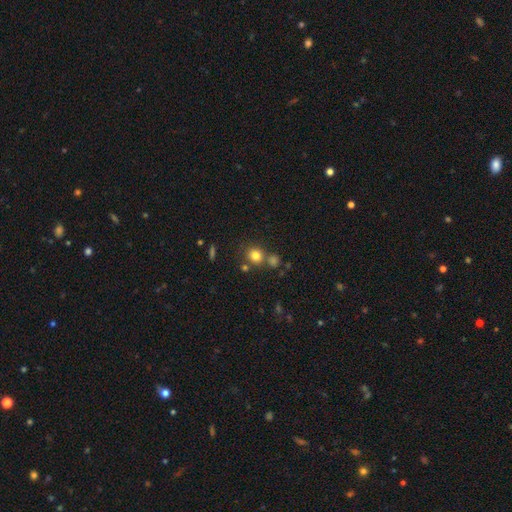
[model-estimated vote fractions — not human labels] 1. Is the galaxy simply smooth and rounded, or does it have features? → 79% smooth, 13% star or artifact, 7% featured or disk.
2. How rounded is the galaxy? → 85% round, 14% in between, 1% cigar-shaped.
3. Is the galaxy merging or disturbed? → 68% none, 19% merger, 10% minor disturbance, 4% major disturbance.